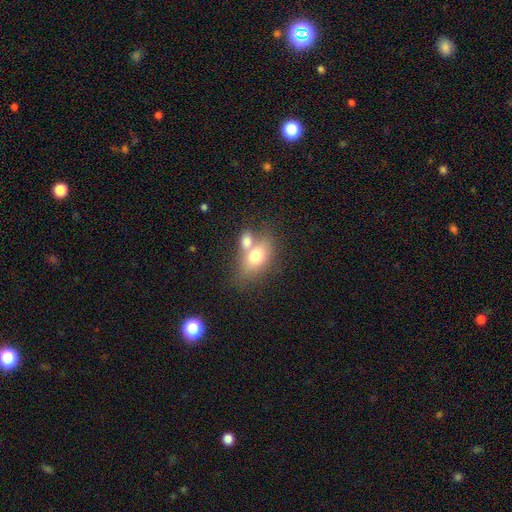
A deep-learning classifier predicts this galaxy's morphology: smooth 71%, featured or disk 21%, star or artifact 8%. Down the decision tree: how rounded — in between (81%); merging — merger (52%).